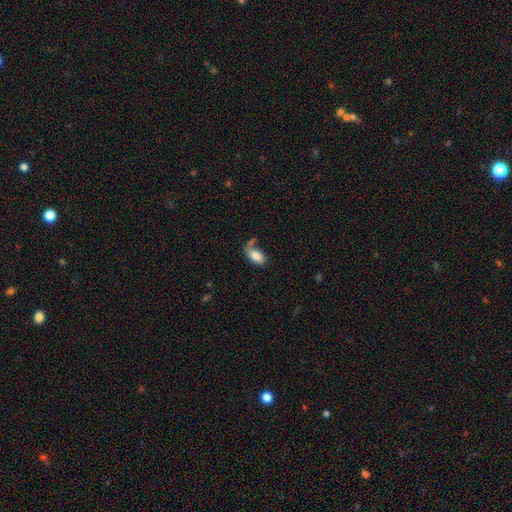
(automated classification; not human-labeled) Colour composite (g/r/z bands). It shows a smooth galaxy with no disk features (77%) that is in between round and cigar-shaped (92%). Merging: none (39%).